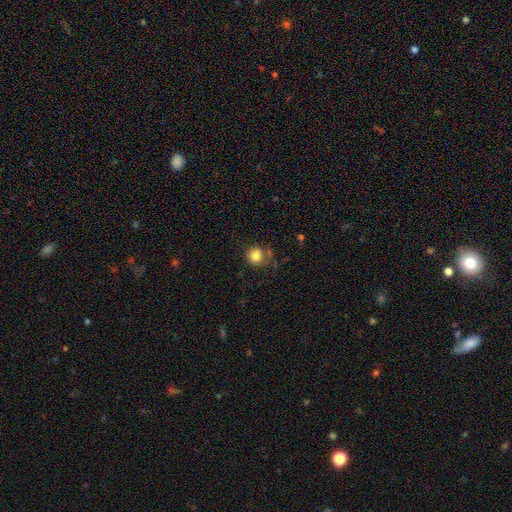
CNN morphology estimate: A smooth galaxy with no disk features (81%) that is round (85%). Merging: none (63%).